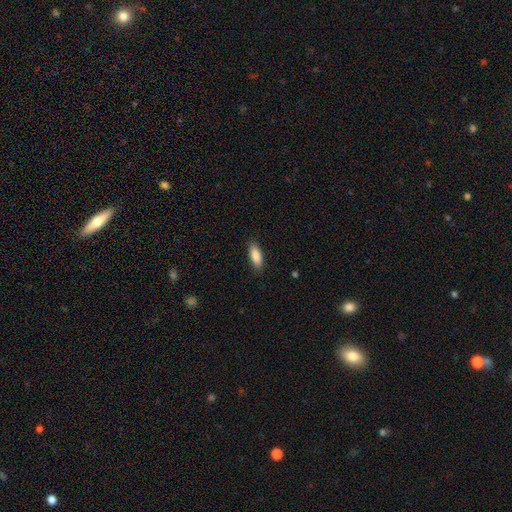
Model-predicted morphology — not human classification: Q: Smooth or featured?
A: smooth (87%); runner-up: featured or disk (7%)
Q: How rounded?
A: in between (74%); runner-up: cigar-shaped (24%)
Q: Merging?
A: none (87%); runner-up: minor disturbance (10%)